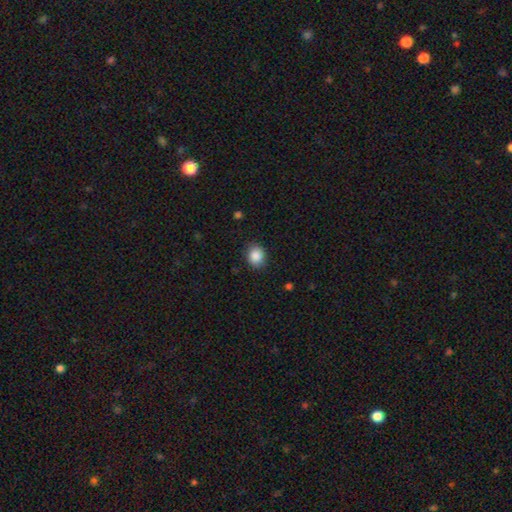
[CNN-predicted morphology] A smooth galaxy with no disk features (88%) that is round (63%).

Vote fractions:
- Smooth or featured? smooth: 88% / star or artifact: 9% / featured or disk: 3%
- How rounded? round: 63% / in between: 36% / cigar-shaped: 1%
- Merging? none: 87% / minor disturbance: 10% / major disturbance: 3% / merger: 1%